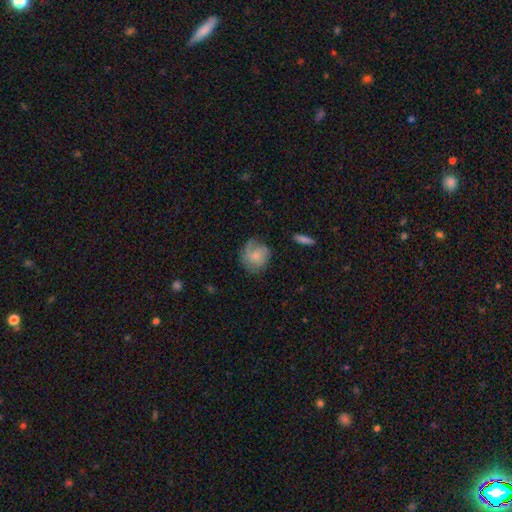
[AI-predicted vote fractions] smooth-or-featured: smooth: 59% | featured or disk: 34% | star or artifact: 7%
  how-rounded: round: 81% | in between: 18% | cigar-shaped: 1%
  merging: none: 59% | minor disturbance: 25% | major disturbance: 14% | merger: 2%